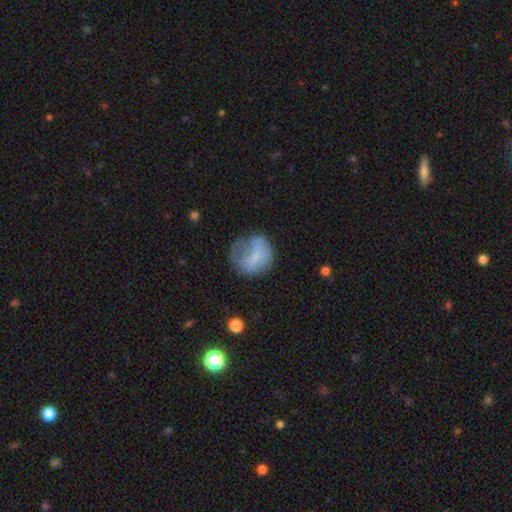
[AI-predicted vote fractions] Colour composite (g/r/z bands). It shows a smooth galaxy with no disk features (59%) that is round (77%). Merging: none (44%).